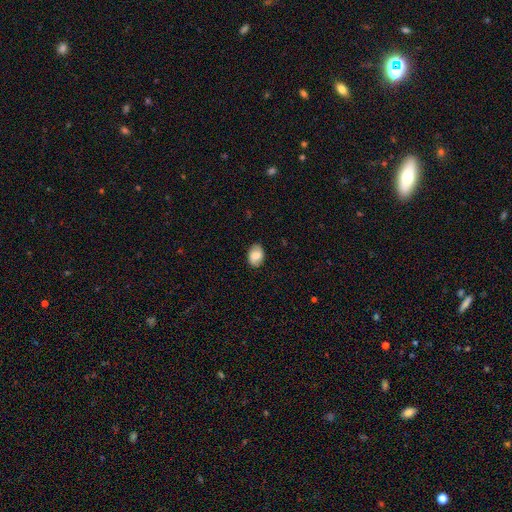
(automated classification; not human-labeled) This is likely a smooth galaxy (70%). How rounded: likely in between (79%). Merging: clearly none (84%).